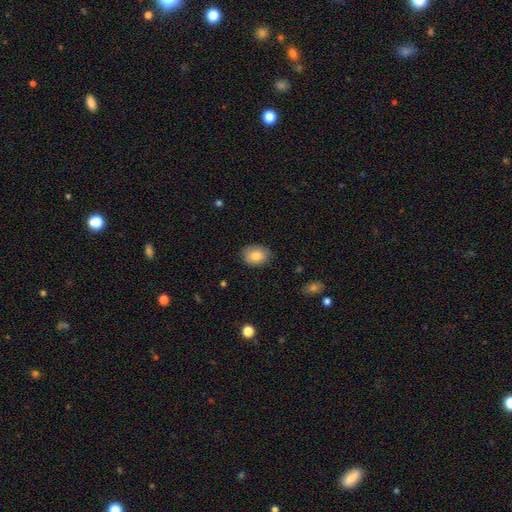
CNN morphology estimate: smooth-or-featured: smooth: 83% | featured or disk: 10% | star or artifact: 7%
  how-rounded: in between: 68% | round: 31% | cigar-shaped: 1%
  merging: none: 83% | minor disturbance: 13% | major disturbance: 3% | merger: 1%